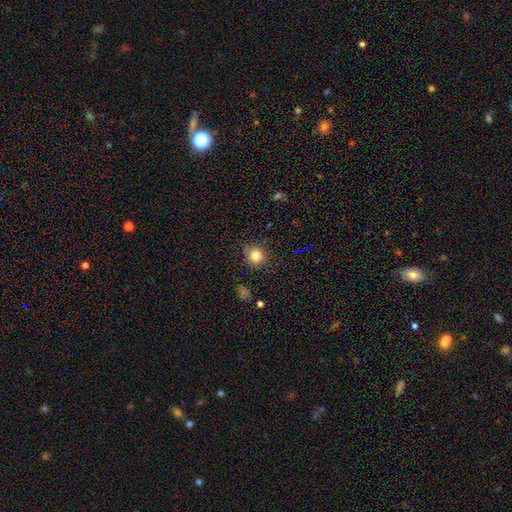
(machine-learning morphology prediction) A smooth galaxy with no disk features (80%) that is round (87%).

Vote fractions:
- Smooth or featured? smooth: 80% / star or artifact: 13% / featured or disk: 7%
- How rounded? round: 87% / in between: 12% / cigar-shaped: 1%
- Merging? none: 87% / minor disturbance: 9% / major disturbance: 2% / merger: 1%